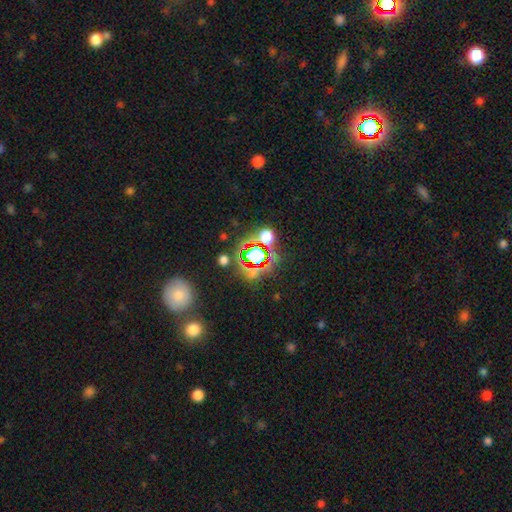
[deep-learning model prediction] Overall: star or artifact (71%).